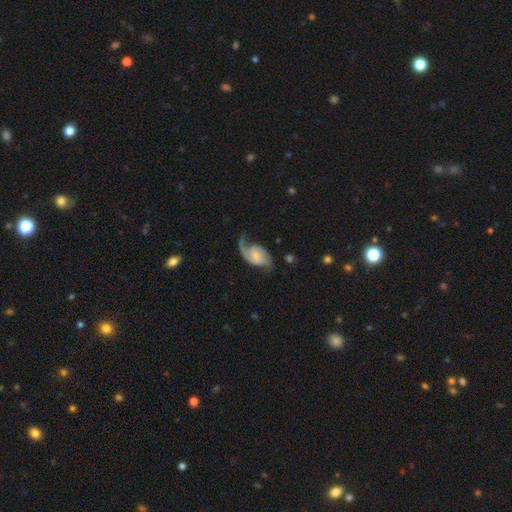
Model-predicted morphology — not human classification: This is clearly a featured or disk galaxy (82%). It is clearly not viewed edge-on (97%). Bar: possibly no (48%). Spiral arm pattern: clearly yes (95%). Spiral arm count: likely 2 (67%). Spiral winding: marginally loose (44%). Central bulge: possibly small (54%). Merging: possibly none (52%).